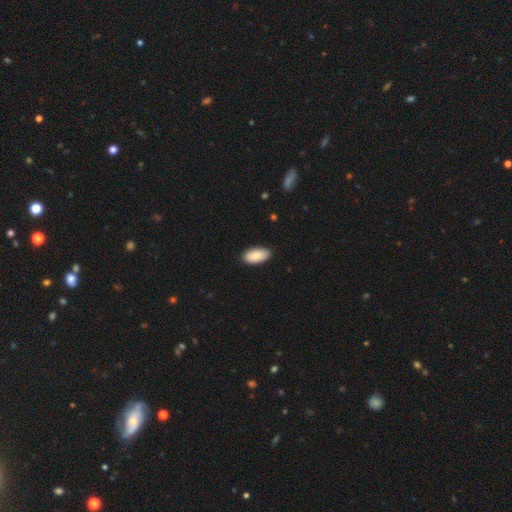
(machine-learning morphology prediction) Smooth or featured?
  - smooth: 88% *
  - featured or disk: 6%
  - star or artifact: 6%
How rounded?
  - in between: 95% *
  - cigar-shaped: 3%
  - round: 2%
Merging?
  - none: 88% *
  - minor disturbance: 10%
  - major disturbance: 2%
  - merger: 1%